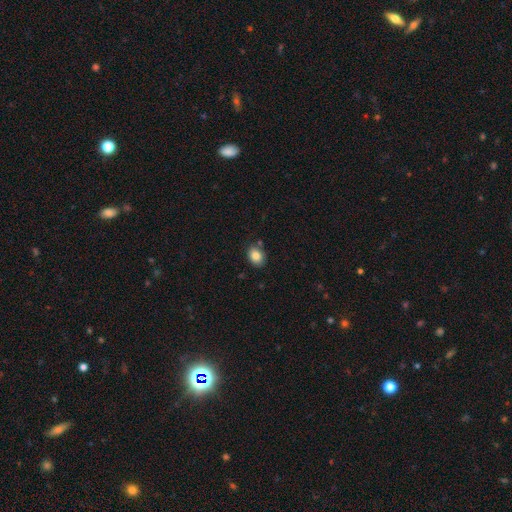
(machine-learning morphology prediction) Smooth or featured? smooth (85%)
How rounded? in between (65%)
Merging? none (81%)